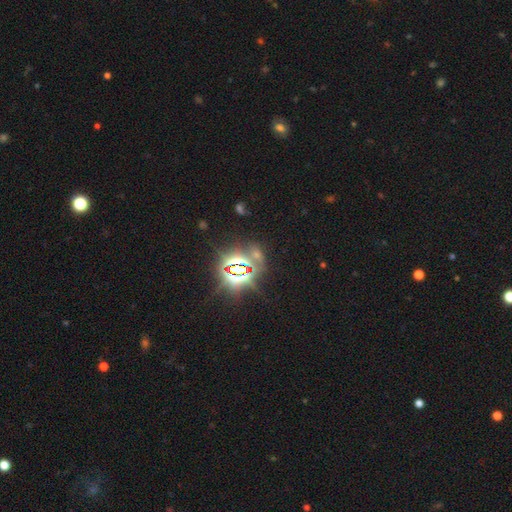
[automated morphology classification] star or artifact 82%, smooth 10%, featured or disk 8%.